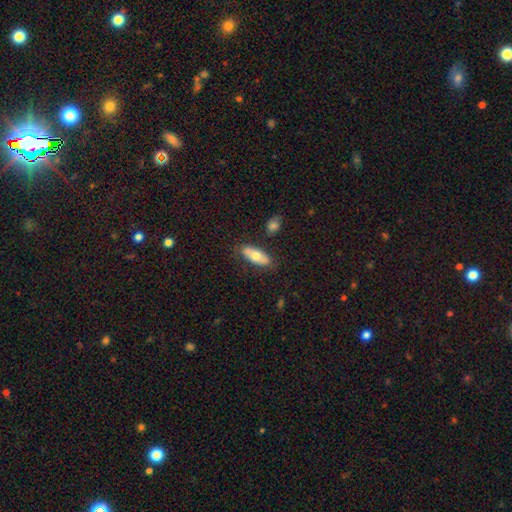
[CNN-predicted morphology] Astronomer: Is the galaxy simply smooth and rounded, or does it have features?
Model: smooth — 64%.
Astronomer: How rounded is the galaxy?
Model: in between — 80%.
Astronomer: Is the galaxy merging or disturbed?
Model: none — 78%.